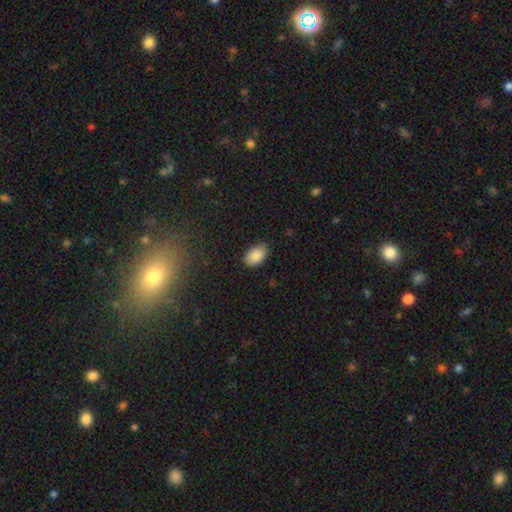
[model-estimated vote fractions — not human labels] smooth_or_featured: smooth (p=0.88) [alt: star or artifact p=0.07]
how_rounded: in between (p=0.90) [alt: round p=0.08]
merging: none (p=0.80) [alt: minor disturbance p=0.17]